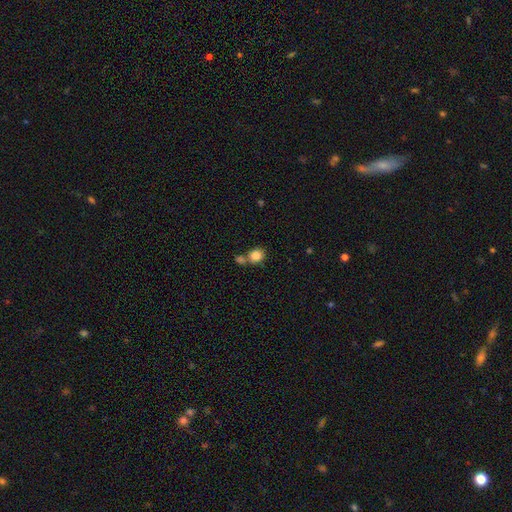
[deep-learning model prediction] smooth-or-featured: smooth: 84% | star or artifact: 10% | featured or disk: 6%
  how-rounded: round: 68% | in between: 31% | cigar-shaped: 1%
  merging: none: 51% | merger: 35% | minor disturbance: 10% | major disturbance: 4%